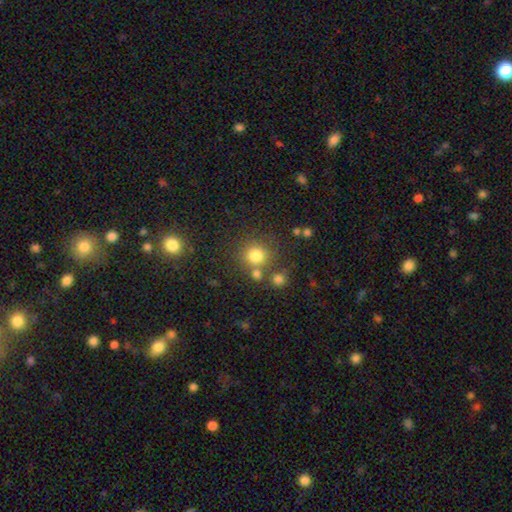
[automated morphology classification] type=smooth (78%); roundness=round (90%); merging=none (70%).